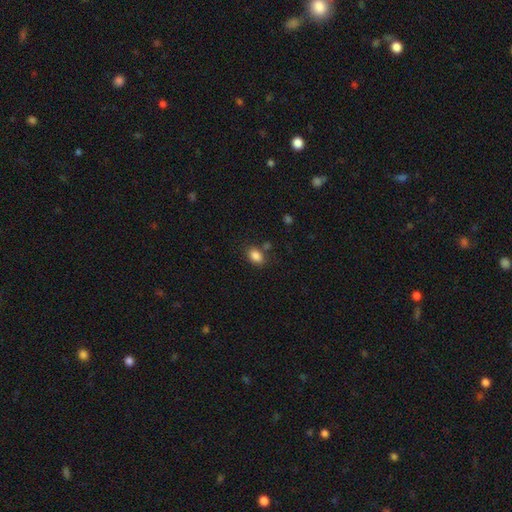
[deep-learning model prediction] Smooth or featured? smooth (86%)
How rounded? in between (80%)
Merging? none (76%)